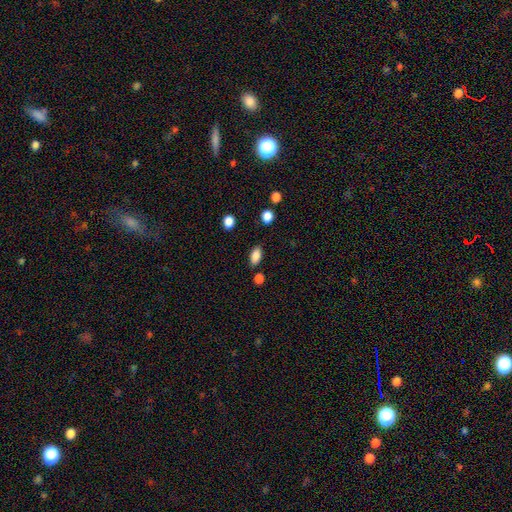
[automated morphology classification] Smooth or featured?
  - smooth: 86% *
  - star or artifact: 9%
  - featured or disk: 5%
How rounded?
  - in between: 90% *
  - round: 6%
  - cigar-shaped: 5%
Merging?
  - none: 81% *
  - minor disturbance: 12%
  - merger: 4%
  - major disturbance: 3%